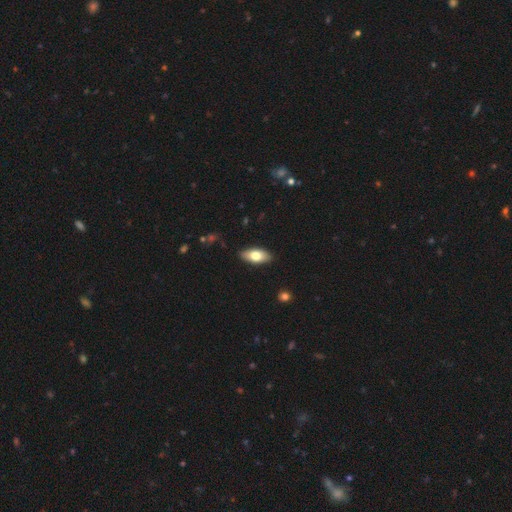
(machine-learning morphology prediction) Smooth or featured? smooth (74%)
How rounded? in between (88%)
Merging? none (88%)